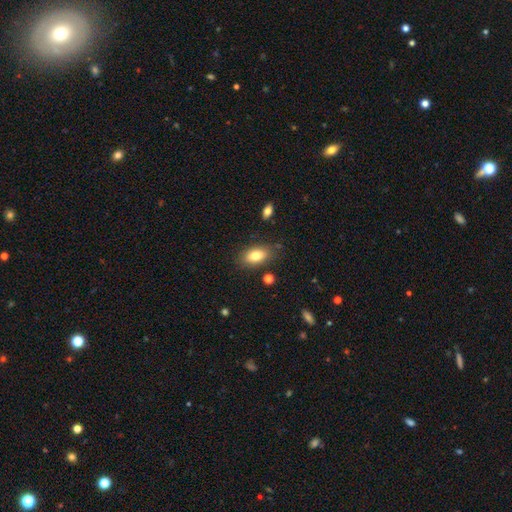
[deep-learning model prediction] Q: Smooth or featured?
A: smooth (79%); runner-up: featured or disk (14%)
Q: How rounded?
A: in between (90%); runner-up: round (6%)
Q: Merging?
A: none (82%); runner-up: minor disturbance (12%)